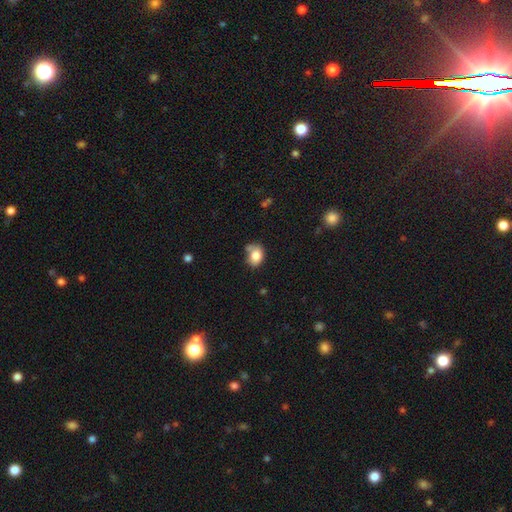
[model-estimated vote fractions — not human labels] smooth_or_featured: smooth (p=0.81) [alt: featured or disk p=0.10]
how_rounded: in between (p=0.59) [alt: round p=0.40]
merging: none (p=0.49) [alt: minor disturbance p=0.27]